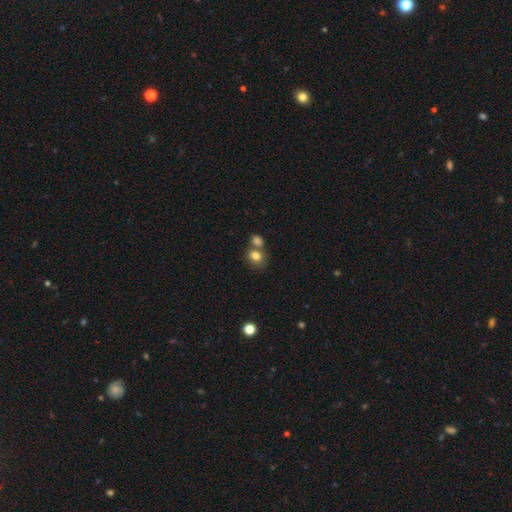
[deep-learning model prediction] Smooth or featured: smooth — 81% (star or artifact — 10%)
How rounded: round — 61% (in between — 38%)
Merging: merger — 43% (tied with none — 43%)